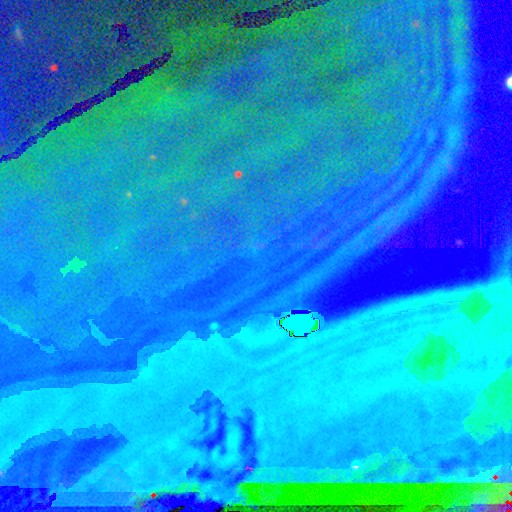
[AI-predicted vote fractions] A star or artifact, not a galaxy (87%).

Vote fractions:
- Smooth or featured? star or artifact: 87% / featured or disk: 7% / smooth: 6%